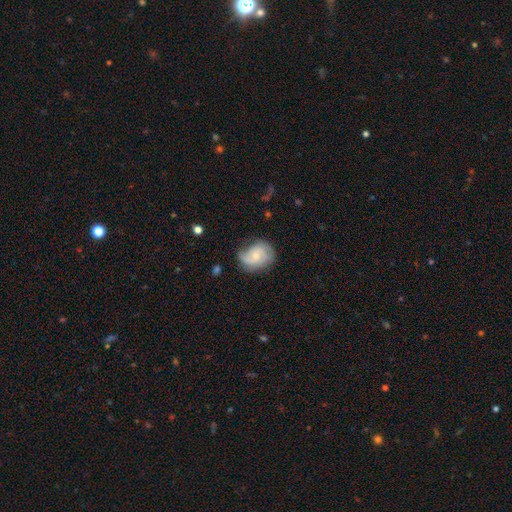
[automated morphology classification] A featured or disk galaxy (57%) with no bar (69%), spiral arms (87%) and a small central bulge (60%).

Vote fractions:
- Smooth or featured? featured or disk: 57% / smooth: 36% / star or artifact: 7%
- Edge-on disk? no: 97% / yes: 3%
- Bar? no: 69% / weak: 27% / strong: 4%
- Spiral arms? yes: 87% / no: 13%
- Bulge size? small: 60% / moderate: 33% / none: 4% / large: 2% / dominant: 1%
- Merging? none: 61% / minor disturbance: 28% / major disturbance: 10% / merger: 2%